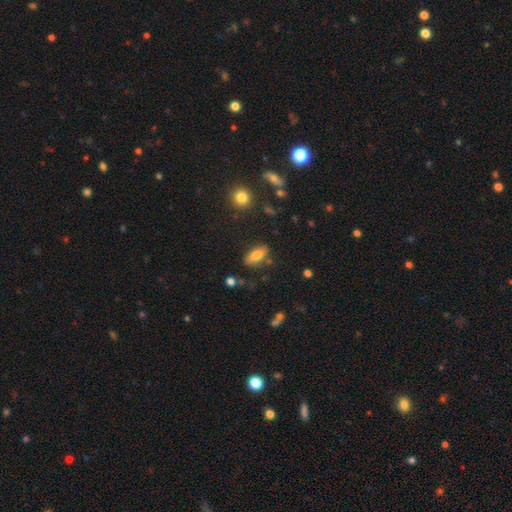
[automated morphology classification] smooth_or_featured: smooth (p=0.74) [alt: featured or disk p=0.18]
how_rounded: in between (p=0.76) [alt: cigar-shaped p=0.20]
merging: none (p=0.79) [alt: minor disturbance p=0.14]